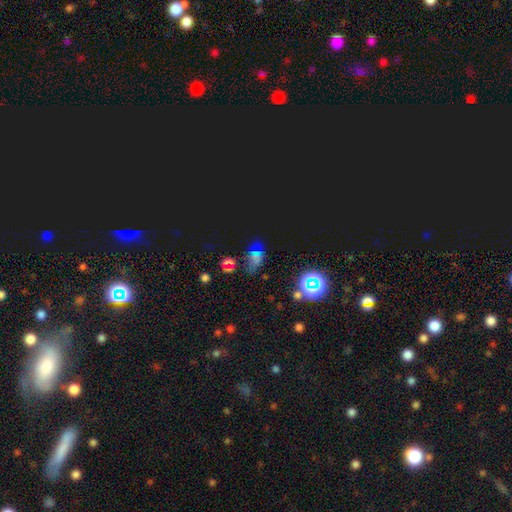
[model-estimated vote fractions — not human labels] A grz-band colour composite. It shows a star or artifact, not a galaxy (51%).